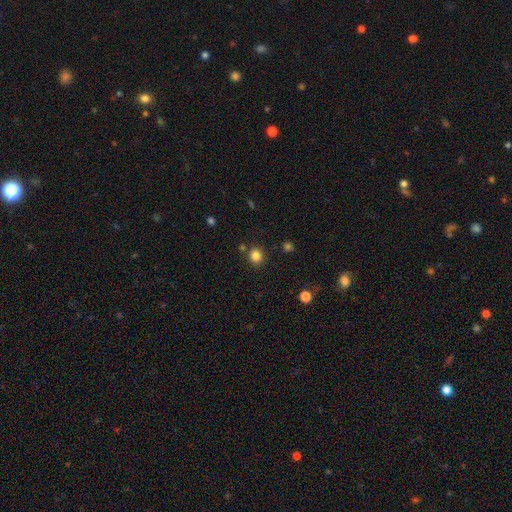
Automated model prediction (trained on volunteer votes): smooth_or_featured: smooth (p=0.83) [alt: star or artifact p=0.13]
how_rounded: round (p=0.88) [alt: in between p=0.11]
merging: none (p=0.83) [alt: minor disturbance p=0.08]